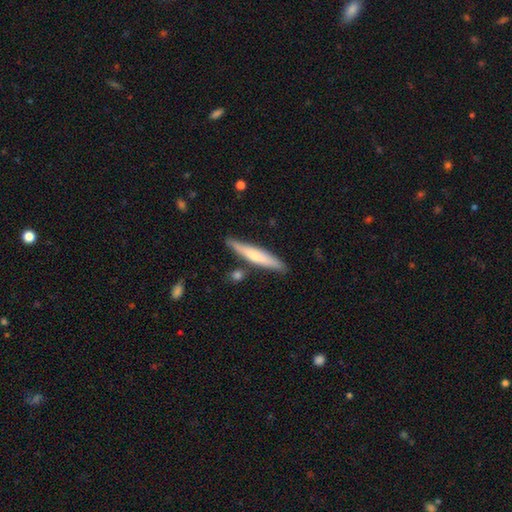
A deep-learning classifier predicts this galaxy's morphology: type=smooth (58%); roundness=cigar-shaped (92%); merging=none (82%).